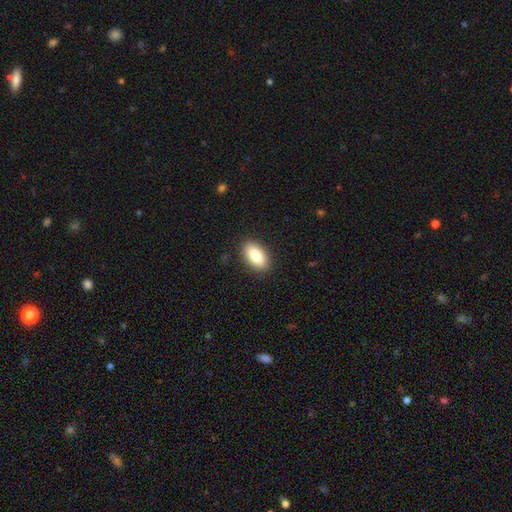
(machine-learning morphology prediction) smooth_or_featured: smooth (p=0.86) [alt: featured or disk p=0.07]
how_rounded: in between (p=0.93) [alt: round p=0.03]
merging: none (p=0.89) [alt: minor disturbance p=0.08]